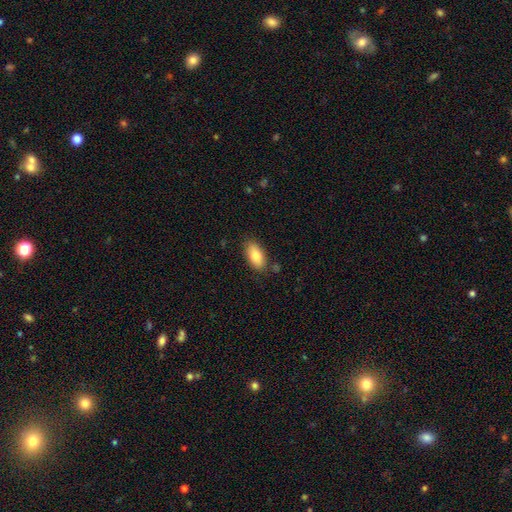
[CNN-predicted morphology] A smooth galaxy with no disk features (81%) that is in between round and cigar-shaped (90%).

Vote fractions:
- Smooth or featured? smooth: 81% / featured or disk: 12% / star or artifact: 7%
- How rounded? in between: 90% / cigar-shaped: 6% / round: 3%
- Merging? none: 82% / minor disturbance: 12% / merger: 3% / major disturbance: 3%